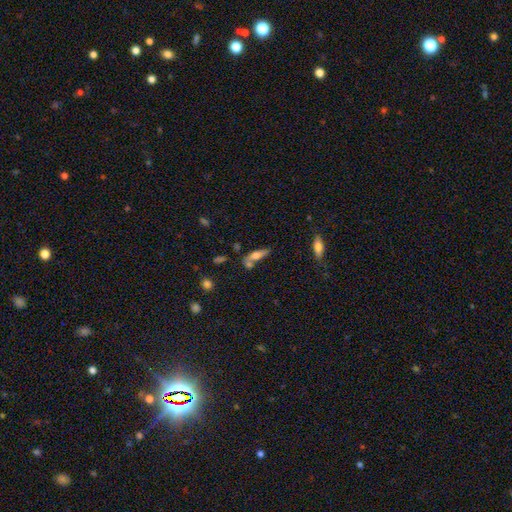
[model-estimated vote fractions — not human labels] Smooth or featured: smooth — 57% (featured or disk — 33%)
How rounded: cigar-shaped — 49% (in between — 47%)
Merging: none — 42% (merger — 34%)